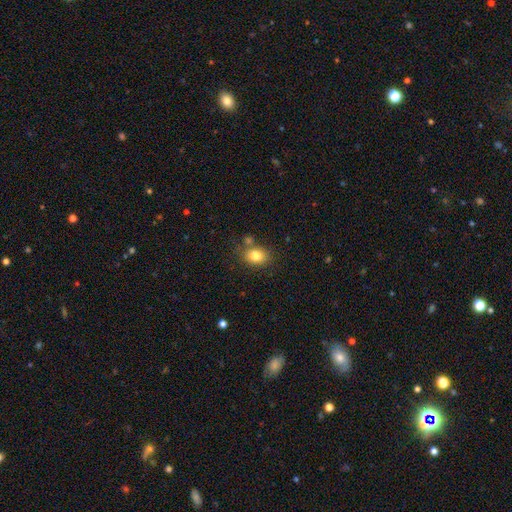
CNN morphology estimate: This appears to be a smooth galaxy with no disk features (81%) that is in between round and cigar-shaped (64%). Merging: none (73%).